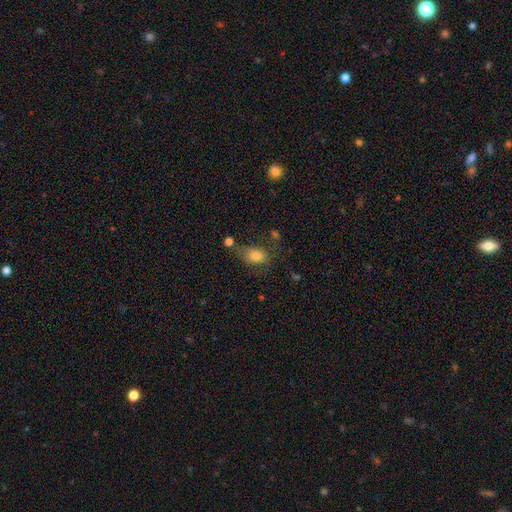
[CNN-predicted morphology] smooth_or_featured: smooth (p=0.78) [alt: featured or disk p=0.12]
how_rounded: in between (p=0.82) [alt: round p=0.15]
merging: none (p=0.50) [alt: minor disturbance p=0.26]